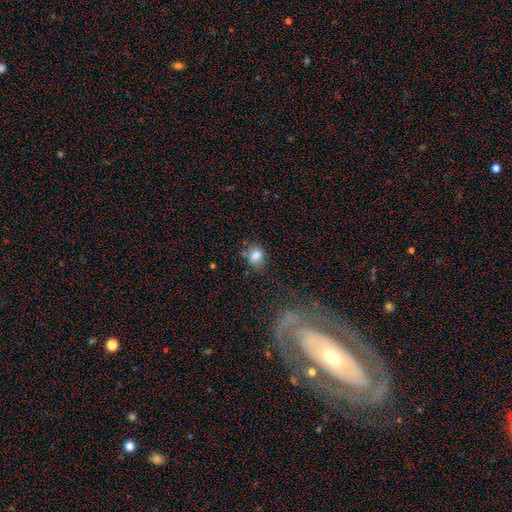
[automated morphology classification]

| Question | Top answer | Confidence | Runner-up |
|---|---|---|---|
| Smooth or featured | smooth | 81% | star or artifact (11%) |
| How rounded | round | 53% | in between (46%) |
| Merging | none | 62% | minor disturbance (23%) |